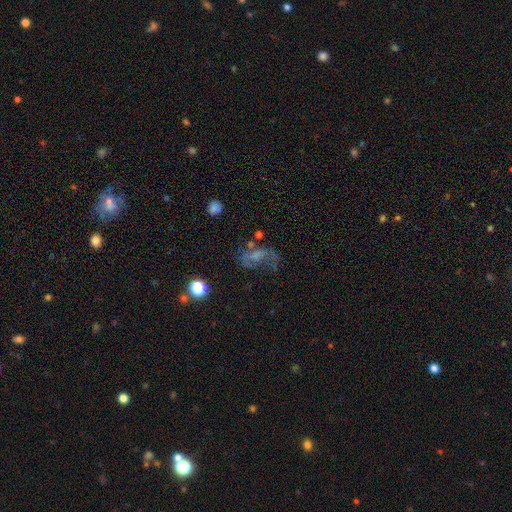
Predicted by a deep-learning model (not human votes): Overall: featured or disk (46%; smooth 34%). Merging: none (37%; major disturbance 36%).